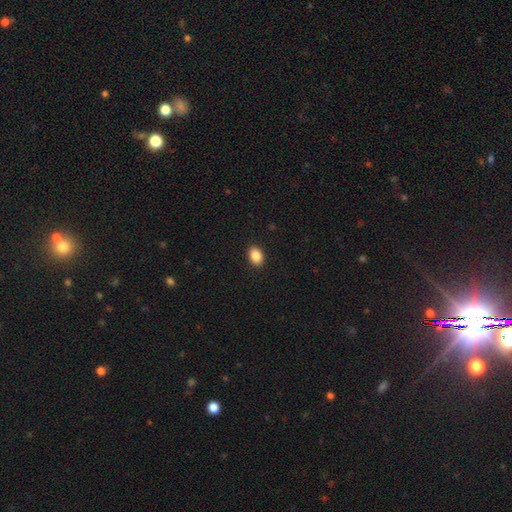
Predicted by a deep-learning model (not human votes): A smooth galaxy with no disk features (88%) that is in between round and cigar-shaped (79%).

Vote fractions:
- Smooth or featured? smooth: 88% / star or artifact: 8% / featured or disk: 4%
- How rounded? in between: 79% / round: 20% / cigar-shaped: 1%
- Merging? none: 91% / minor disturbance: 6% / major disturbance: 2% / merger: 1%